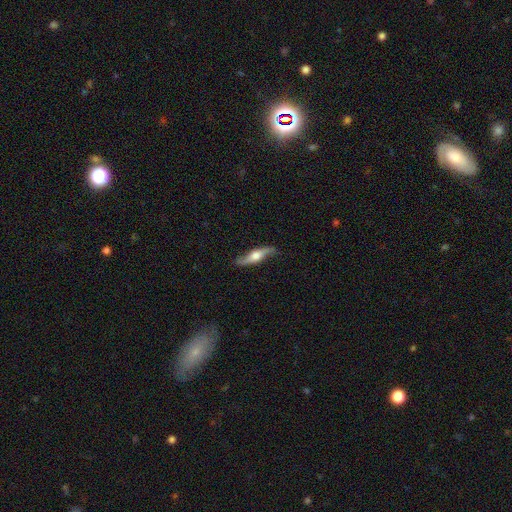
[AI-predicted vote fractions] The model was most divided on "edge-on disk": yes: 61%, no: 39%. More confident: merging — none (79%); smooth or featured — featured or disk (70%).